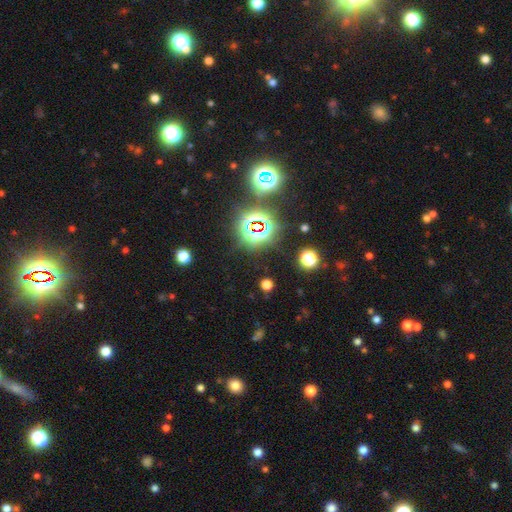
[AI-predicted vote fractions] Q: Smooth or featured?
A: star or artifact (76%); runner-up: smooth (16%)